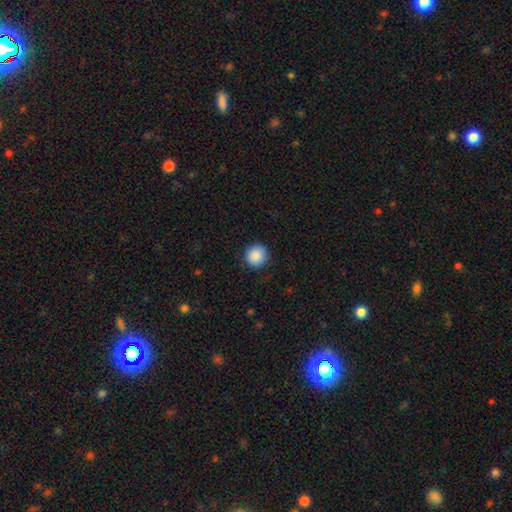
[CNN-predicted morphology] smooth 89%, star or artifact 8%, featured or disk 3%. Down the decision tree: how rounded — round (95%); merging — none (90%).